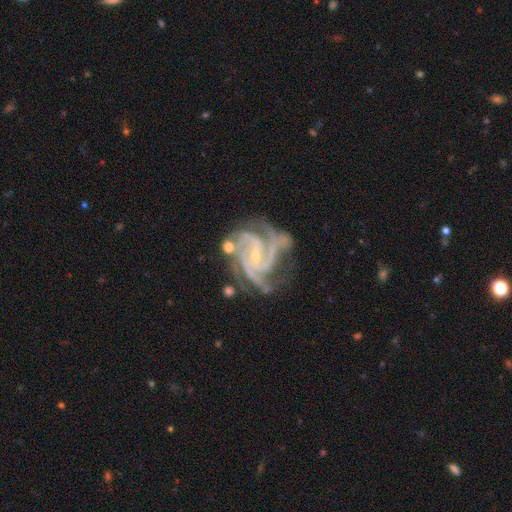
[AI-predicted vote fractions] smooth-or-featured: featured or disk: 92% | star or artifact: 5% | smooth: 3%
  disk-edge-on: no: 98% | yes: 2%
    bar: no: 44% | weak: 38% | strong: 19%
    has-spiral-arms: yes: 98% | no: 2%
      spiral-winding: tight: 50% | medium: 44% | loose: 6%
      spiral-arm-count: 3: 48% | 4: 23% | 2: 11% | can't tell: 8% | more than 4: 5% | 1: 5%
    bulge-size: small: 78% | moderate: 17% | none: 3% | large: 1% | dominant: 1%
  merging: none: 50% | minor disturbance: 24% | major disturbance: 19% | merger: 7%